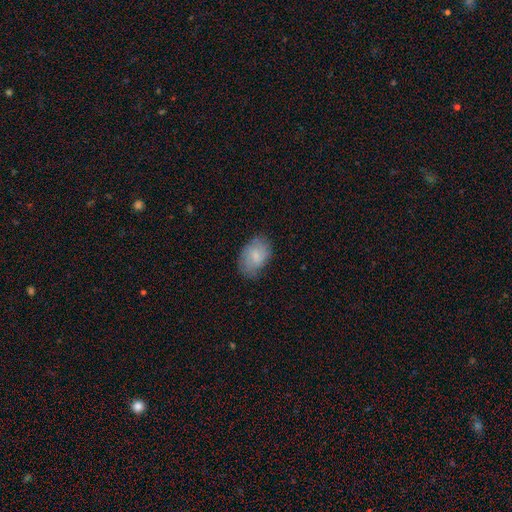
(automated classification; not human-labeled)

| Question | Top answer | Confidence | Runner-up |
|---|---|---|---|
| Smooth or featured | smooth | 64% | featured or disk (29%) |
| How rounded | in between | 88% | round (10%) |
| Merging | none | 71% | minor disturbance (22%) |